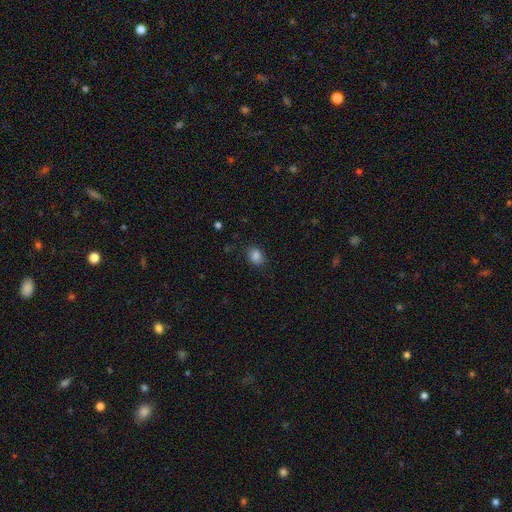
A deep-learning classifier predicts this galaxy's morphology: smooth_or_featured: smooth (p=0.86) [alt: star or artifact p=0.10]
how_rounded: in between (p=0.59) [alt: round p=0.40]
merging: none (p=0.79) [alt: minor disturbance p=0.15]